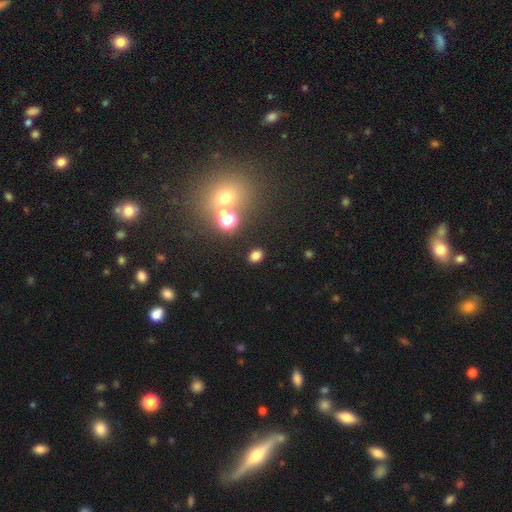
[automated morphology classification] smooth 74%, star or artifact 19%, featured or disk 7%. Down the decision tree: how rounded — in between (69%); merging — none (85%).